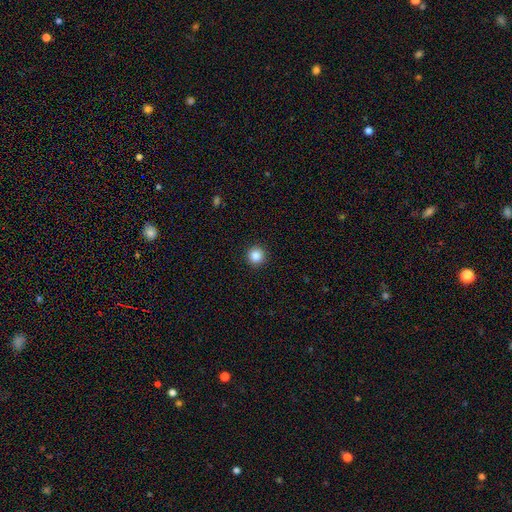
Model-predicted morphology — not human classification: This appears to be a smooth galaxy with no disk features (86%) that is round (96%). Merging: none (93%).